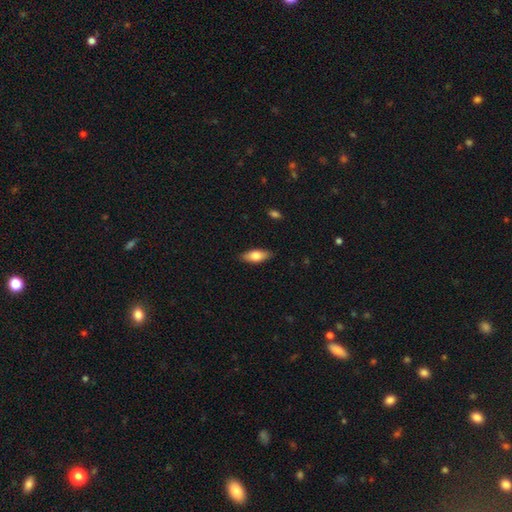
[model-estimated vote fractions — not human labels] smooth_or_featured: smooth (p=0.73) [alt: featured or disk p=0.21]
how_rounded: in between (p=0.76) [alt: cigar-shaped p=0.21]
merging: none (p=0.87) [alt: minor disturbance p=0.10]